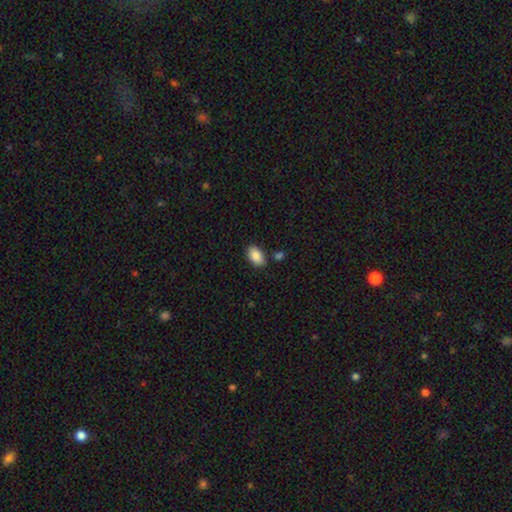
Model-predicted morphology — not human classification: Smooth or featured? smooth (87%)
How rounded? in between (92%)
Merging? none (81%)